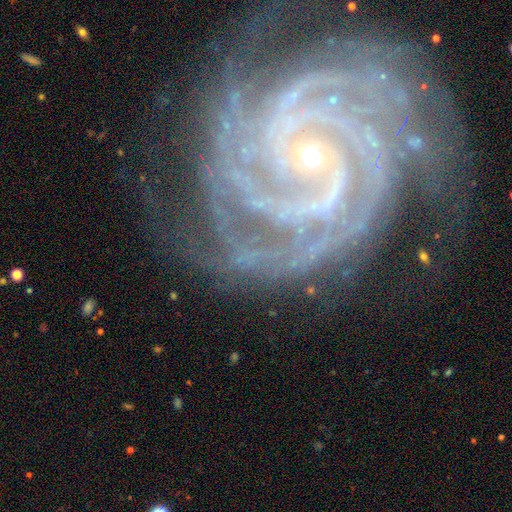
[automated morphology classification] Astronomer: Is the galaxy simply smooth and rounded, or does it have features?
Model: featured or disk — 88%.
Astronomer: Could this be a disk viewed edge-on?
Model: no — 97%.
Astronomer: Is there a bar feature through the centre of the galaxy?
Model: no — 59%.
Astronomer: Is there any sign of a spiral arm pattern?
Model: yes — 97%.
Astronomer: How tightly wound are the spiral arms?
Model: tight — 73%.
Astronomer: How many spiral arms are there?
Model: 2 — 20% (runner-up: 3, 19%).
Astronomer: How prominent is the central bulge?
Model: small — 74%.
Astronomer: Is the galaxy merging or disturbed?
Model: none — 68%.